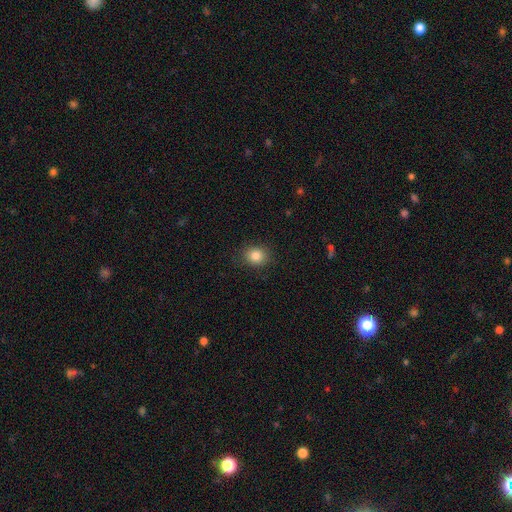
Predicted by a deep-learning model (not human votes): The model was most divided on "how rounded": round: 68%, in between: 31%, cigar-shaped: 1%. More confident: merging — none (87%); smooth or featured — smooth (84%).